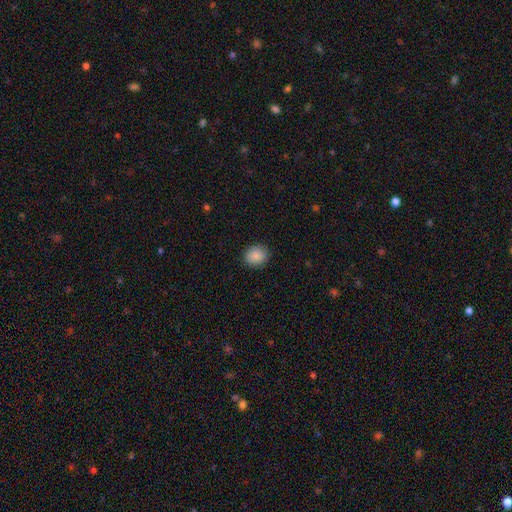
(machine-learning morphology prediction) type=smooth (88%); roundness=round (70%); merging=none (89%).